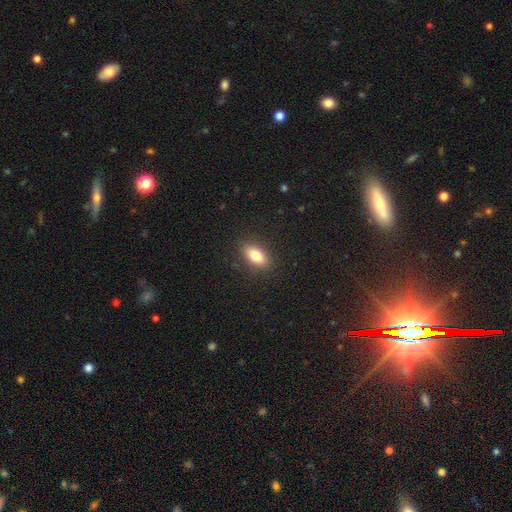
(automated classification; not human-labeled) smooth-or-featured: smooth: 80% | featured or disk: 12% | star or artifact: 8%
  how-rounded: in between: 84% | cigar-shaped: 10% | round: 6%
  merging: none: 88% | minor disturbance: 9% | major disturbance: 3% | merger: 1%